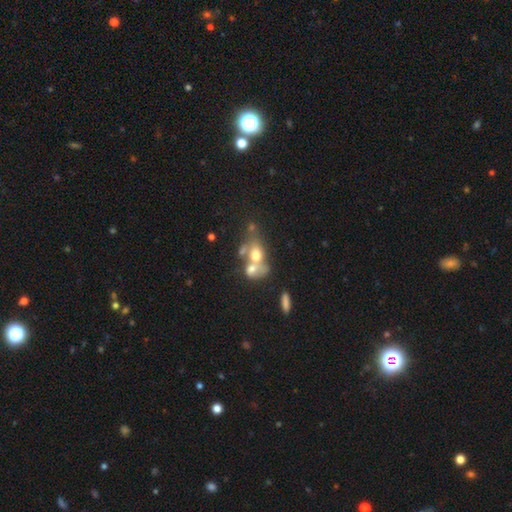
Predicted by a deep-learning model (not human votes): Smooth or featured? Predicted: smooth (p=0.59). How rounded? Predicted: in between (p=0.63). Merging? Predicted: merger (p=0.67).